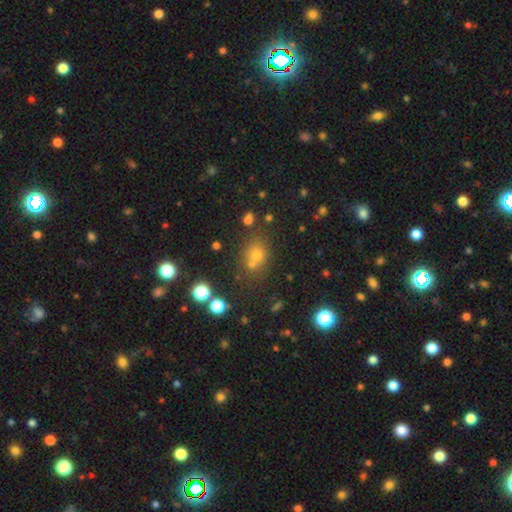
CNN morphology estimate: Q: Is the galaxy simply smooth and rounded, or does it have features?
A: smooth — 64%.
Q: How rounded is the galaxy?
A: round — 60%.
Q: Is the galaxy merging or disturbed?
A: none — 58%.